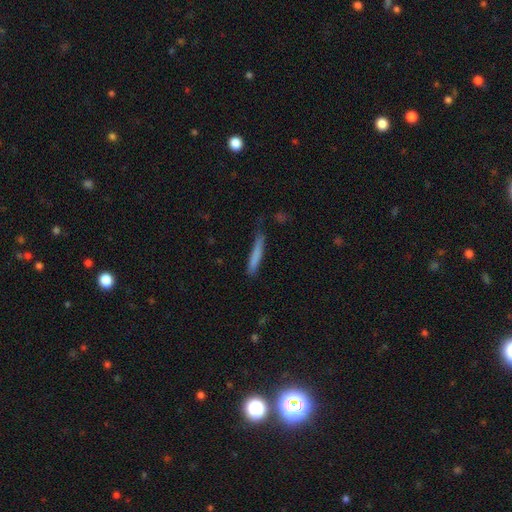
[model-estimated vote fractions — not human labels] This appears to be a smooth galaxy with no disk features (78%) that is cigar-shaped (94%). Merging: none (68%).